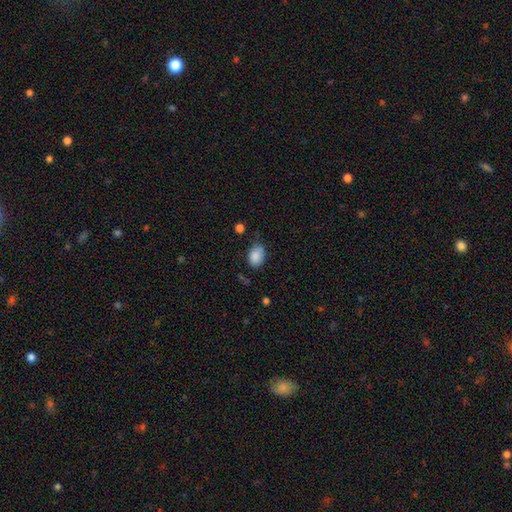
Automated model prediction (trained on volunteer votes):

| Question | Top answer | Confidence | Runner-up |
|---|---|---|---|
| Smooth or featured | smooth | 87% | star or artifact (8%) |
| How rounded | in between | 81% | round (18%) |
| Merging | none | 69% | minor disturbance (24%) |